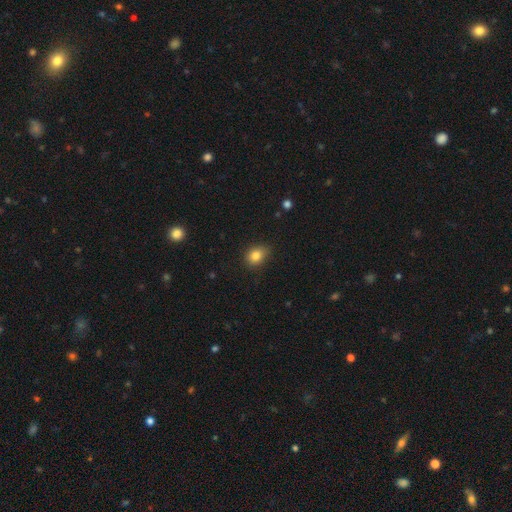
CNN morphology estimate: Smooth or featured? Predicted: smooth (p=0.82). How rounded? Predicted: round (p=0.50). Merging? Predicted: none (p=0.81).